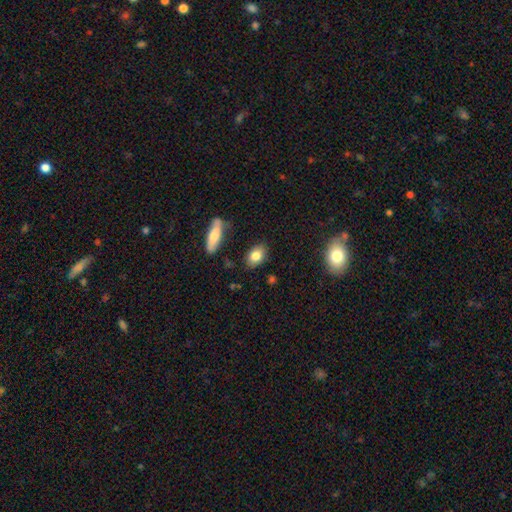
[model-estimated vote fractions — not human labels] Morphology: type=smooth (81%); roundness=in between (83%); merging=none (83%).